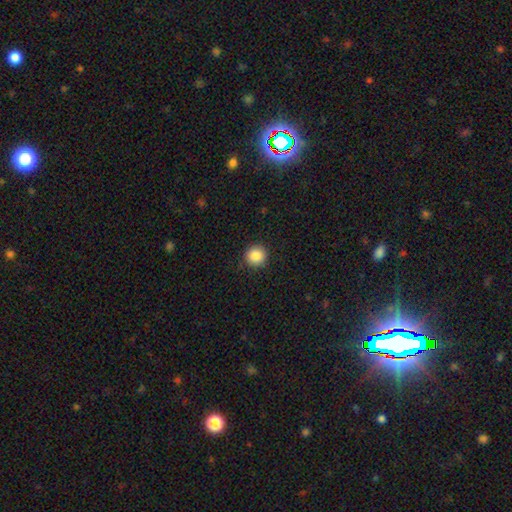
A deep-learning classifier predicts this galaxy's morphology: A smooth galaxy with no disk features (87%) that is round (94%).

Vote fractions:
- Smooth or featured? smooth: 87% / star or artifact: 9% / featured or disk: 4%
- How rounded? round: 94% / in between: 5% / cigar-shaped: 1%
- Merging? none: 91% / minor disturbance: 6% / major disturbance: 2% / merger: 1%